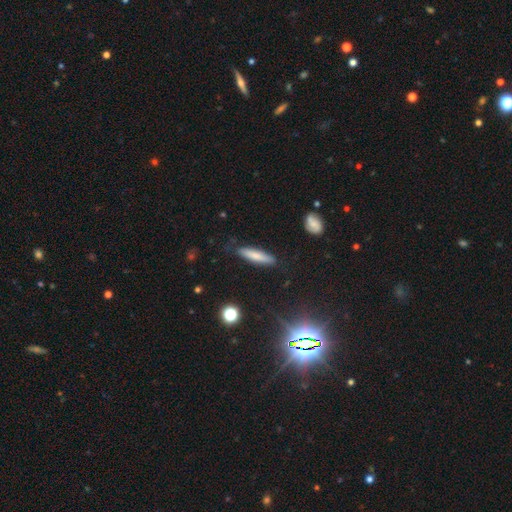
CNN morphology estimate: type=smooth (74%); roundness=cigar-shaped (83%); merging=none (84%).